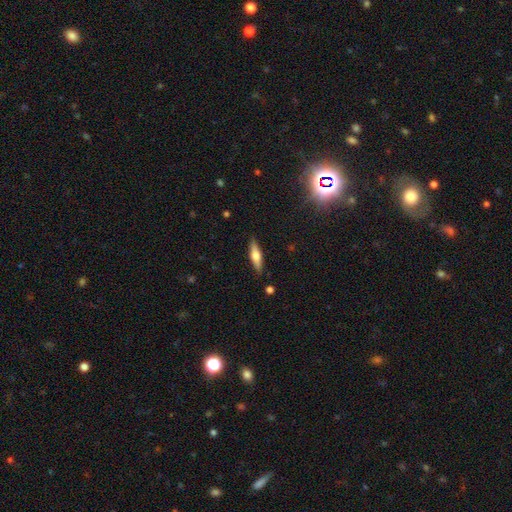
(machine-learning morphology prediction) Q: Smooth or featured?
A: smooth (49%); runner-up: featured or disk (45%)
Q: Merging?
A: none (88%); runner-up: minor disturbance (9%)